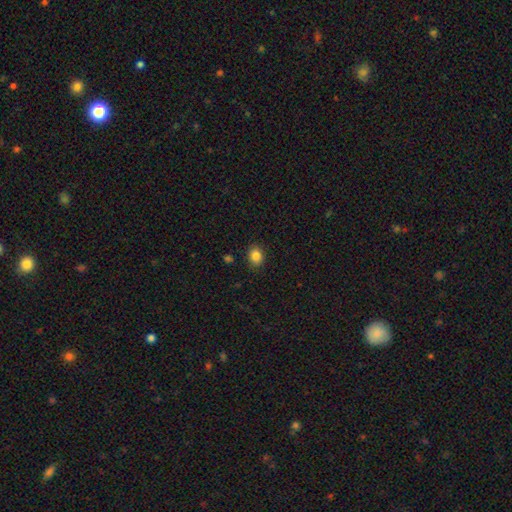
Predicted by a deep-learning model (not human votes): smooth-or-featured: smooth: 85% | star or artifact: 10% | featured or disk: 5%
  how-rounded: in between: 55% | round: 44% | cigar-shaped: 1%
  merging: none: 87% | minor disturbance: 9% | major disturbance: 2% | merger: 1%